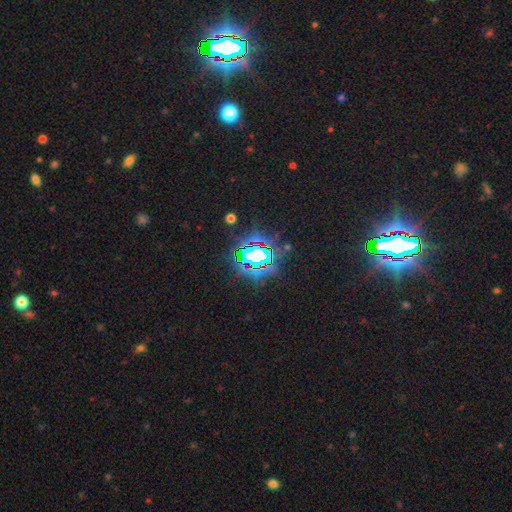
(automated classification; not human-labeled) Smooth or featured?
  - star or artifact: 73% *
  - smooth: 15%
  - featured or disk: 12%